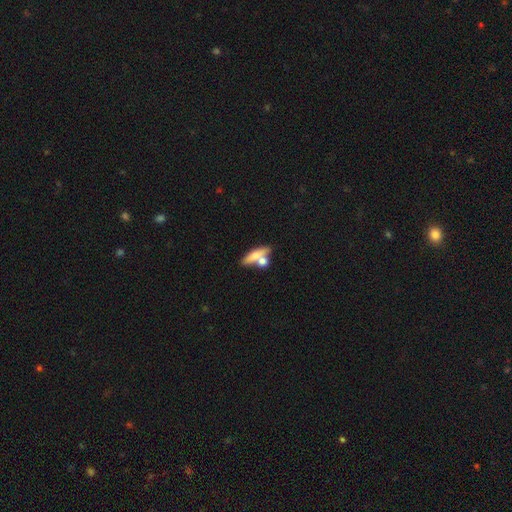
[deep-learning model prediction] smooth 60%, featured or disk 33%, star or artifact 7%. Down the decision tree: how rounded — cigar-shaped (51%); merging — none (45%).